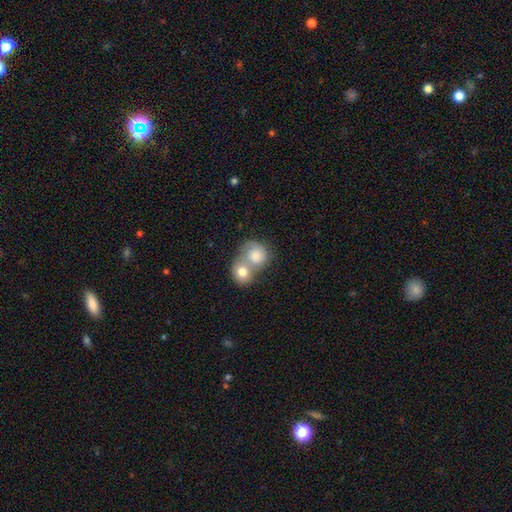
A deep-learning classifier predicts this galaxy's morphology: smooth-or-featured: smooth: 73% | featured or disk: 21% | star or artifact: 6%
  how-rounded: round: 74% | in between: 25% | cigar-shaped: 1%
  merging: merger: 74% | none: 15% | minor disturbance: 6% | major disturbance: 4%